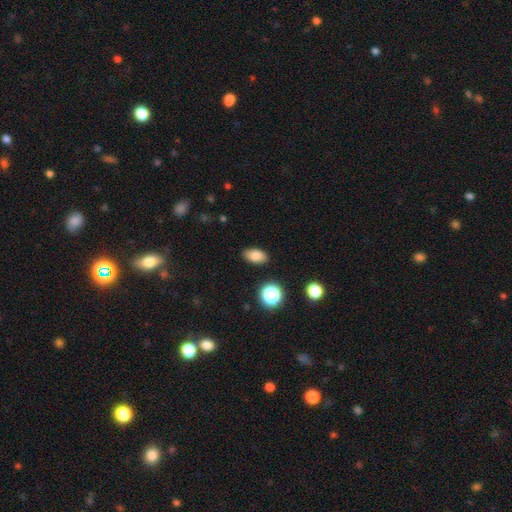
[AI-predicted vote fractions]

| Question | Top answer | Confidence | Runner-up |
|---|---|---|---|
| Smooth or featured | smooth | 81% | star or artifact (11%) |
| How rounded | in between | 89% | round (8%) |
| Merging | none | 88% | minor disturbance (9%) |